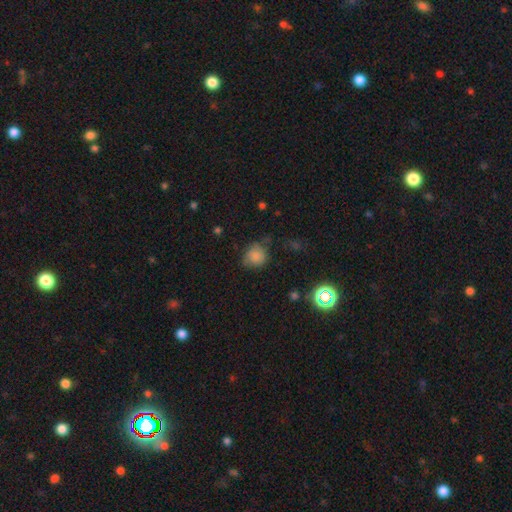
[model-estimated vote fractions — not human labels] Smooth or featured? smooth (79%)
How rounded? round (75%)
Merging? none (57%)